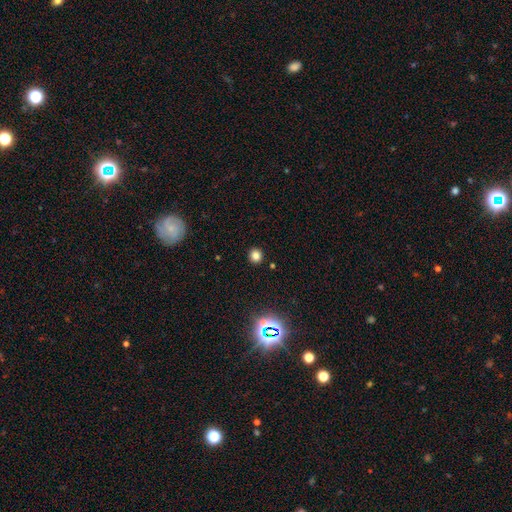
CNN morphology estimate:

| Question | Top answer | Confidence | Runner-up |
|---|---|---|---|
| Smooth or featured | smooth | 79% | star or artifact (16%) |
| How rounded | round | 89% | in between (10%) |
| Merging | none | 92% | minor disturbance (5%) |